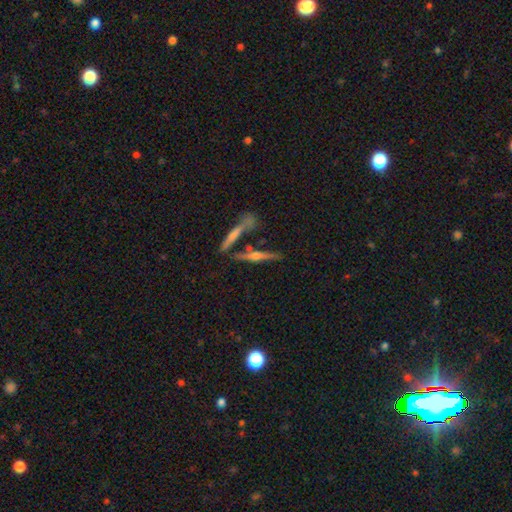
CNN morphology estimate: smooth_or_featured: featured or disk (p=0.70) [alt: smooth p=0.21]
disk_edge_on: yes (p=0.96) [alt: no p=0.04]
edge_on_bulge: rounded (p=0.85) [alt: none p=0.08]
merging: none (p=0.73) [alt: merger p=0.14]